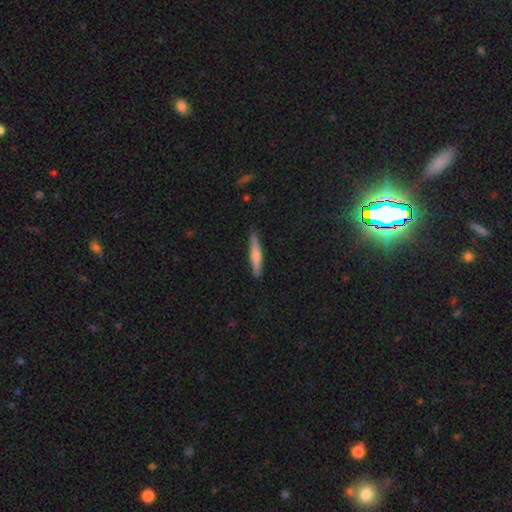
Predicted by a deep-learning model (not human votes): A smooth galaxy with no disk features (50%) that is cigar-shaped (92%).

Vote fractions:
- Smooth or featured? smooth: 50% / featured or disk: 42% / star or artifact: 7%
- How rounded? cigar-shaped: 92% / in between: 6% / round: 2%
- Merging? none: 90% / minor disturbance: 8% / major disturbance: 1% / merger: 1%